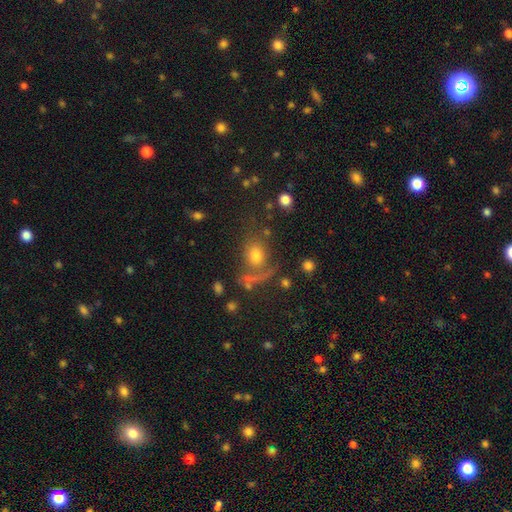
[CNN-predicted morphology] smooth_or_featured: smooth (p=0.66) [alt: star or artifact p=0.19]
how_rounded: round (p=0.57) [alt: in between p=0.40]
merging: none (p=0.59) [alt: minor disturbance p=0.15]